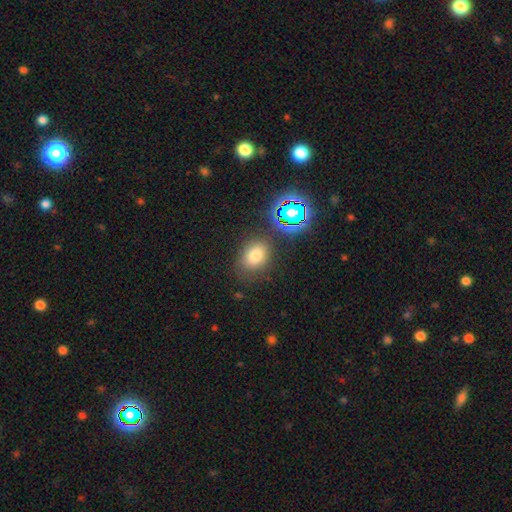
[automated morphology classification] A smooth galaxy with no disk features (72%) that is in between round and cigar-shaped (62%).

Vote fractions:
- Smooth or featured? smooth: 72% / star or artifact: 18% / featured or disk: 10%
- How rounded? in between: 62% / round: 37% / cigar-shaped: 1%
- Merging? none: 77% / minor disturbance: 13% / merger: 5% / major disturbance: 5%